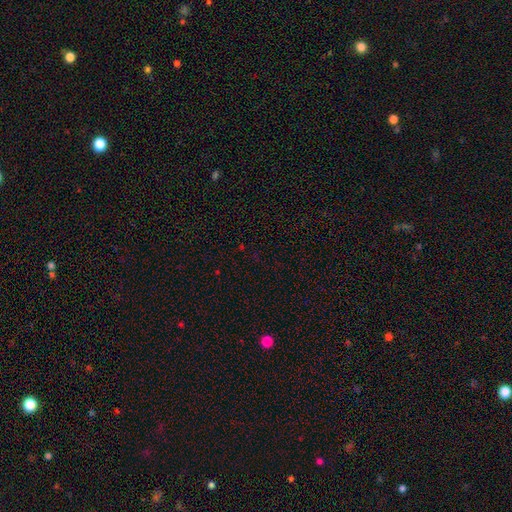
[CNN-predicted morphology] This is likely a star or artifact rather than a galaxy (68%).